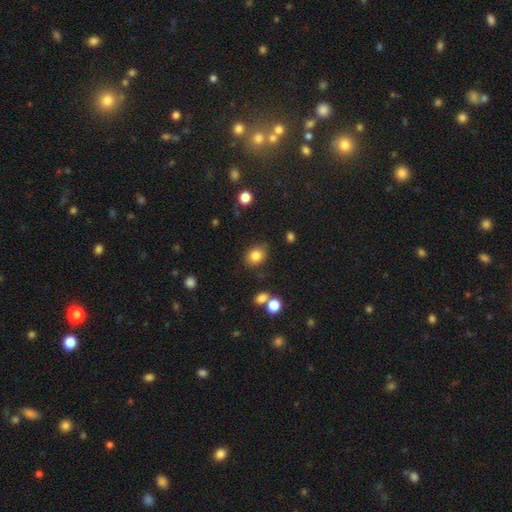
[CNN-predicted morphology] smooth-or-featured: smooth: 83% | star or artifact: 10% | featured or disk: 6%
  how-rounded: round: 57% | in between: 42% | cigar-shaped: 1%
  merging: none: 81% | minor disturbance: 12% | major disturbance: 4% | merger: 4%